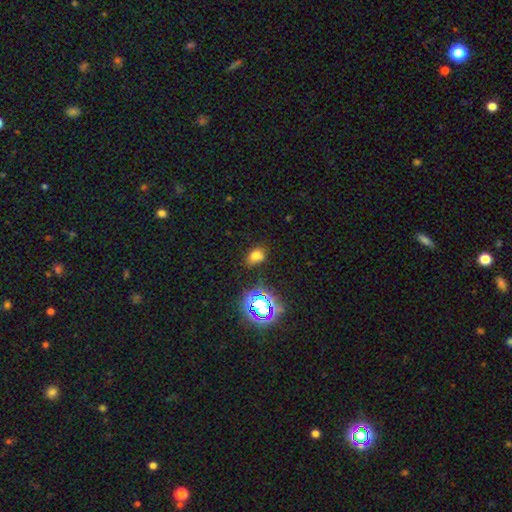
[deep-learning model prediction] smooth-or-featured: smooth: 66% | star or artifact: 25% | featured or disk: 9%
  how-rounded: in between: 71% | round: 27% | cigar-shaped: 2%
  merging: none: 71% | minor disturbance: 18% | major disturbance: 6% | merger: 5%